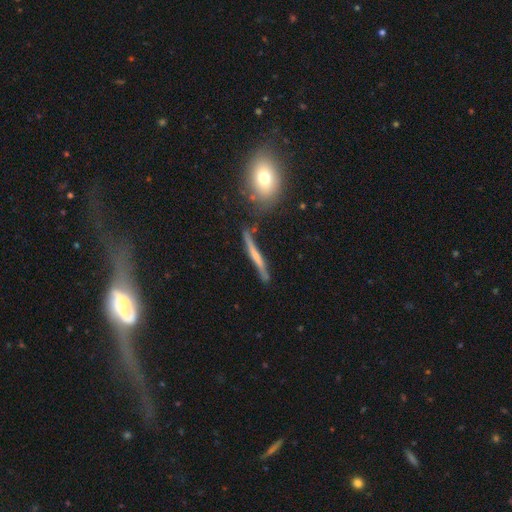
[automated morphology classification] Smooth or featured? Predicted: featured or disk (p=0.60). Edge-on disk? Predicted: yes (p=0.93). Edge-on bulge? Predicted: none (p=0.47). Merging? Predicted: none (p=0.77).